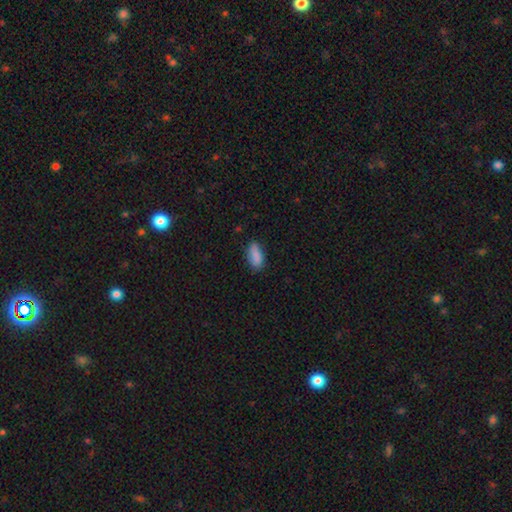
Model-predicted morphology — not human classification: smooth 87%, star or artifact 7%, featured or disk 5%. Down the decision tree: how rounded — in between (85%); merging — none (75%).